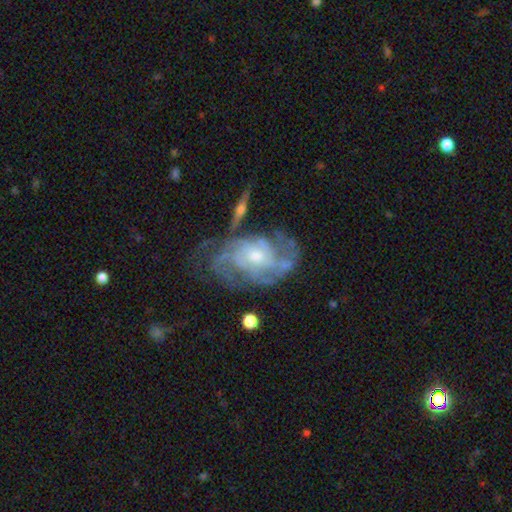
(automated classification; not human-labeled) The model was most divided on "bulge size": moderate: 50%, small: 40%, large: 6%, none: 3%, dominant: 1%. Remaining: edge-on disk — no (96%); spiral arms — yes (88%); smooth or featured — featured or disk (84%); bar — no (70%); spiral winding — tight (52%); merging — none (50%); spiral arm count — can't tell (43%).